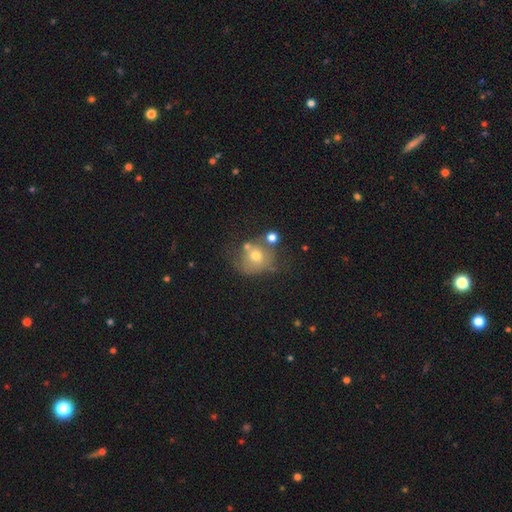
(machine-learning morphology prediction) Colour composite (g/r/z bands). It shows a smooth galaxy with no disk features (62%) that is round (74%). Merging: none (43%).